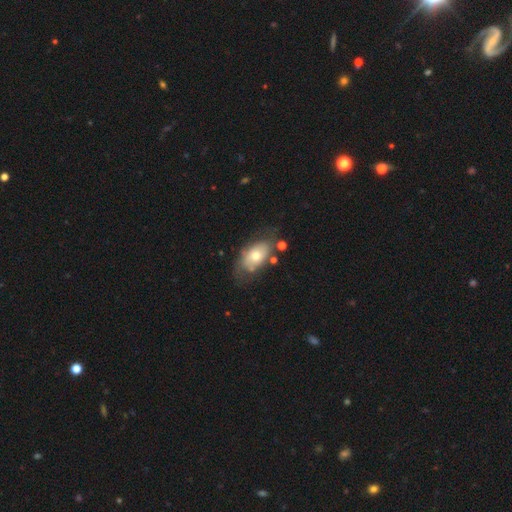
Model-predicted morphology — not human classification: This appears to be a smooth galaxy with no disk features (57%) that is in between round and cigar-shaped (90%). Merging: none (57%).